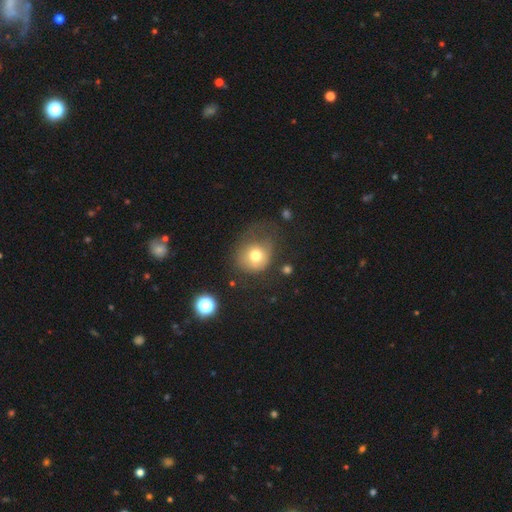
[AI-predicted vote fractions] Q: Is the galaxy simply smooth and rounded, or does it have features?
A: smooth — 71%.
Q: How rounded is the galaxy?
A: round — 74%.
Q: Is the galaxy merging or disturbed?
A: none — 39%.